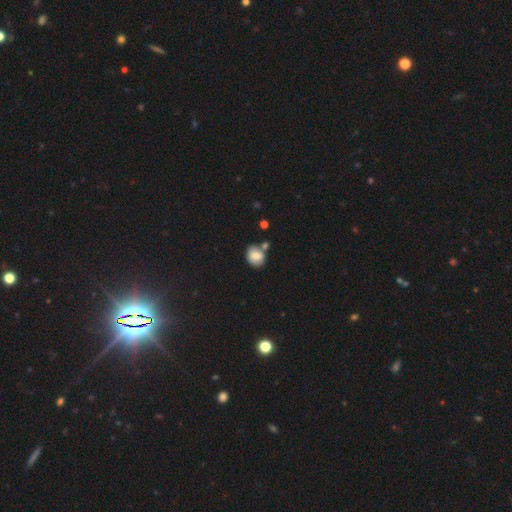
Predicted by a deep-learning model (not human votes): This appears to be a smooth galaxy with no disk features (77%) that is round (62%). Merging: none (58%).